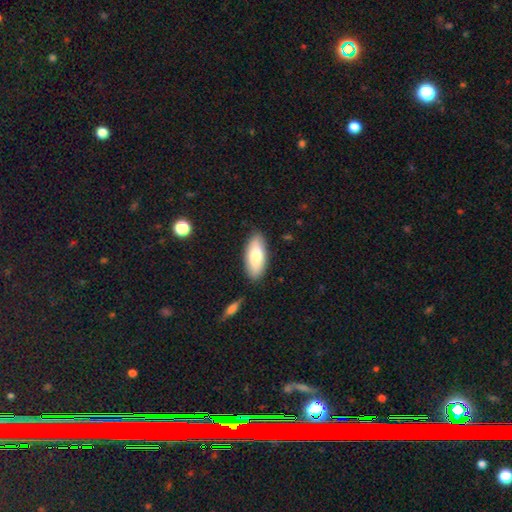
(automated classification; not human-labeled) smooth_or_featured: smooth (p=0.77) [alt: featured or disk p=0.17]
how_rounded: in between (p=0.84) [alt: cigar-shaped p=0.14]
merging: none (p=0.85) [alt: minor disturbance p=0.10]